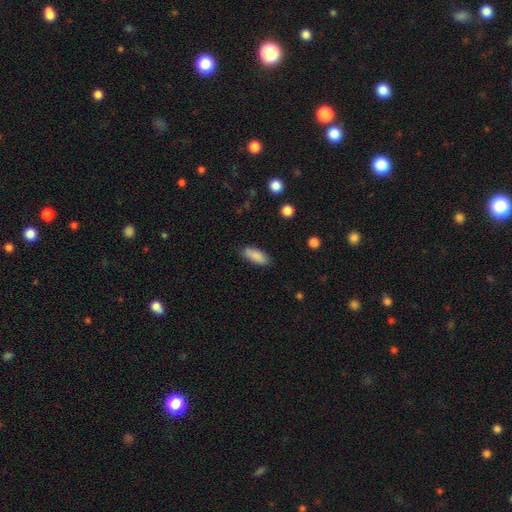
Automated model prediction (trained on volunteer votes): Smooth or featured? Predicted: smooth (p=0.88). How rounded? Predicted: in between (p=0.76). Merging? Predicted: none (p=0.85).